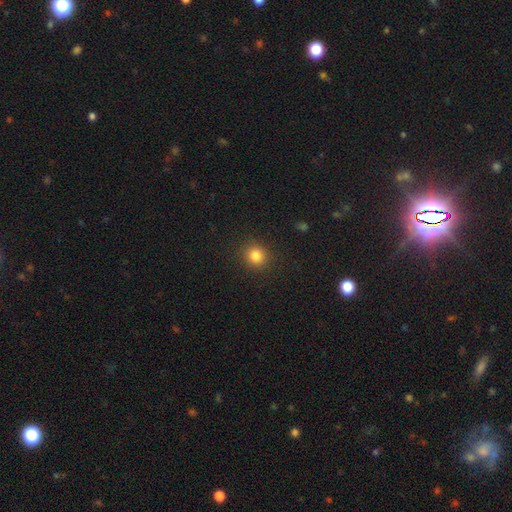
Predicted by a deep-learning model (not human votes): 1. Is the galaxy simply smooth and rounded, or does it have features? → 83% smooth, 12% star or artifact, 5% featured or disk.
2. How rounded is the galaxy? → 86% round, 13% in between, 1% cigar-shaped.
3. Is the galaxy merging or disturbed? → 90% none, 7% minor disturbance, 2% major disturbance, 1% merger.